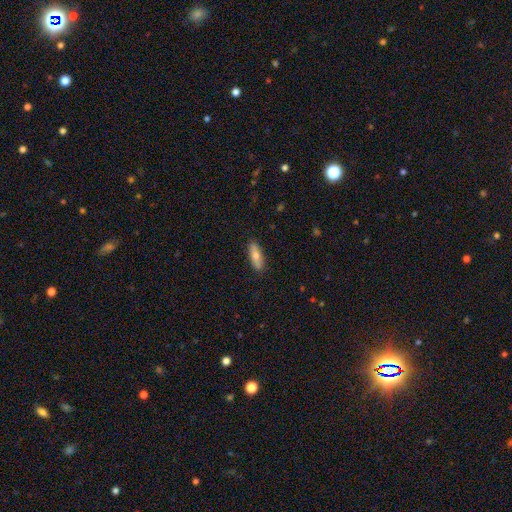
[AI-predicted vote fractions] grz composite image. It shows a smooth galaxy with no disk features (75%) that is in between round and cigar-shaped (56%). Merging: none (87%).